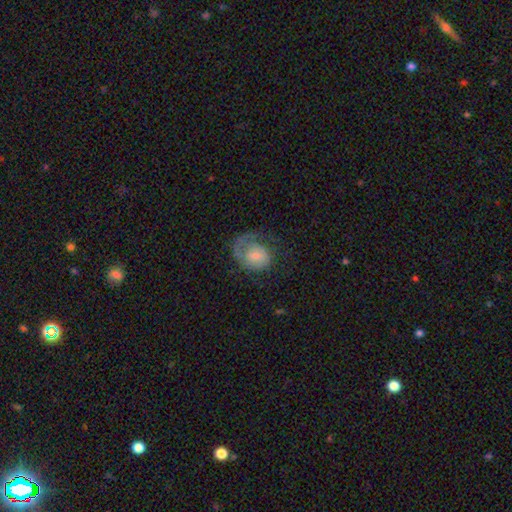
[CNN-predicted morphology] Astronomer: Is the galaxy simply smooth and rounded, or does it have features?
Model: featured or disk — 56% (runner-up: smooth, 36%).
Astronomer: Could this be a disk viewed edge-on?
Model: no — 97%.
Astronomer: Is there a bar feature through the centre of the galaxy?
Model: no — 75%.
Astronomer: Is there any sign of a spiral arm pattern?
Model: yes — 78%.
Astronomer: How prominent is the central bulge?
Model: small — 55% (runner-up: moderate, 35%).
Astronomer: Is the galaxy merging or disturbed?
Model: none — 42% (runner-up: major disturbance, 36%).